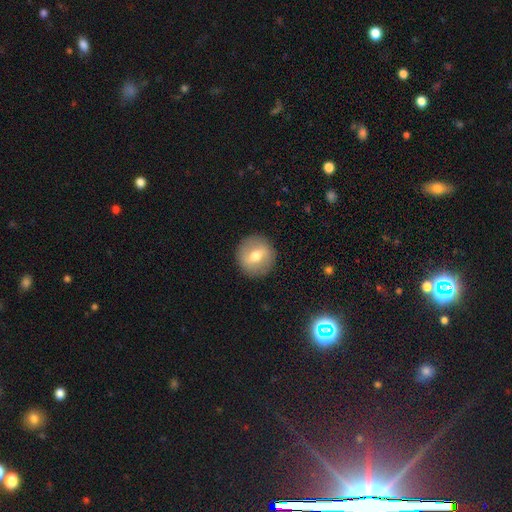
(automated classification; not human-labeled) smooth 56%, featured or disk 36%, star or artifact 8%. Down the decision tree: how rounded — round (91%); merging — none (90%).